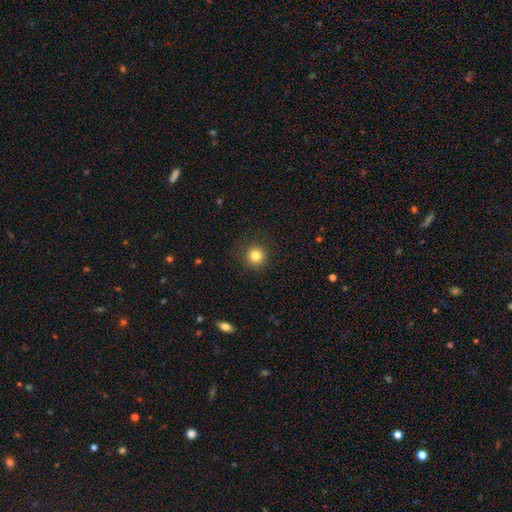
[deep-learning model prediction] smooth 82%, star or artifact 12%, featured or disk 6%. Down the decision tree: how rounded — round (95%); merging — none (89%).